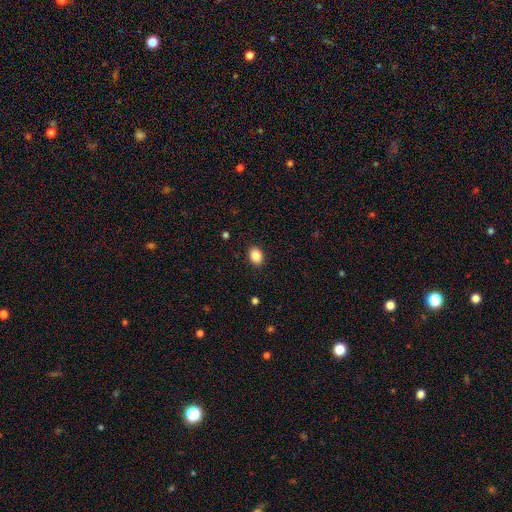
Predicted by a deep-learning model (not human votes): Smooth or featured? smooth (87%)
How rounded? in between (62%)
Merging? none (91%)